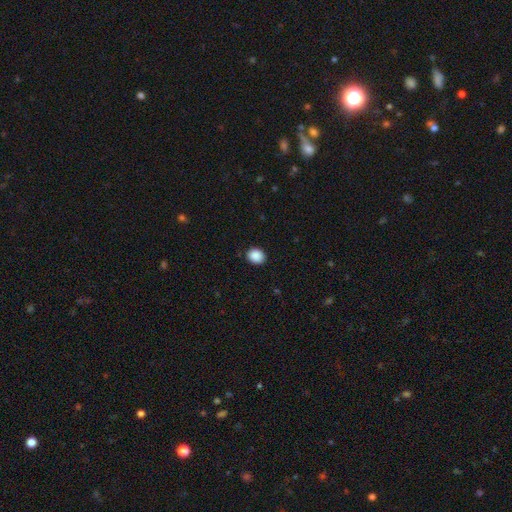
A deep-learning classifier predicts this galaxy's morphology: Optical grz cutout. It shows a smooth galaxy with no disk features (89%) that is round (61%). Merging: none (88%).